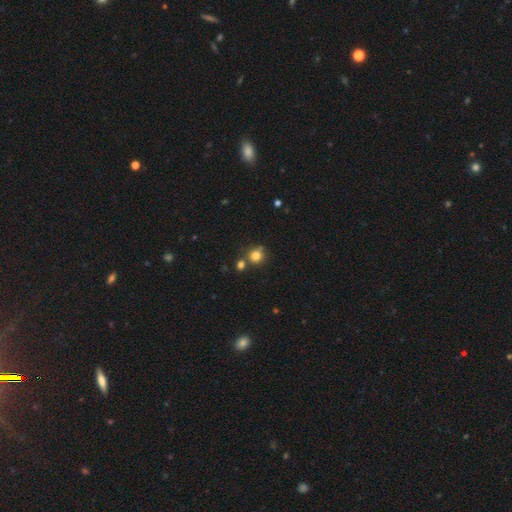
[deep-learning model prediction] smooth_or_featured: smooth (p=0.80) [alt: star or artifact p=0.13]
how_rounded: round (p=0.88) [alt: in between p=0.11]
merging: none (p=0.67) [alt: merger p=0.19]